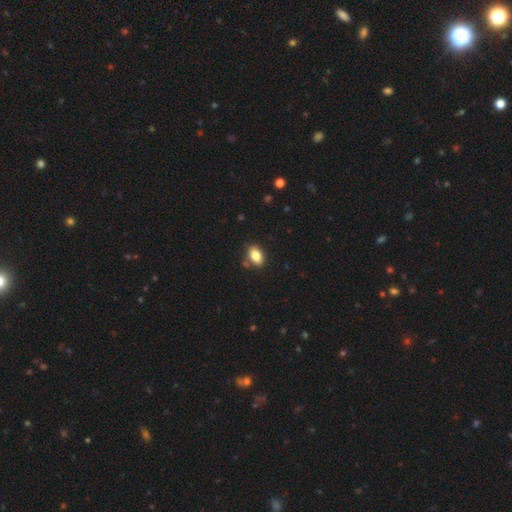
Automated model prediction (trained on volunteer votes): A smooth galaxy with no disk features (82%) that is in between round and cigar-shaped (85%).

Vote fractions:
- Smooth or featured? smooth: 82% / featured or disk: 9% / star or artifact: 9%
- How rounded? in between: 85% / round: 13% / cigar-shaped: 2%
- Merging? none: 79% / minor disturbance: 14% / merger: 4% / major disturbance: 3%